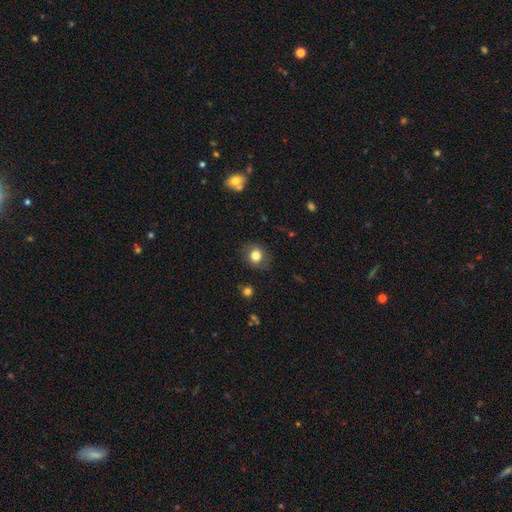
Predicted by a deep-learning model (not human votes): Morphology: type=smooth (81%); roundness=round (77%); merging=none (84%).